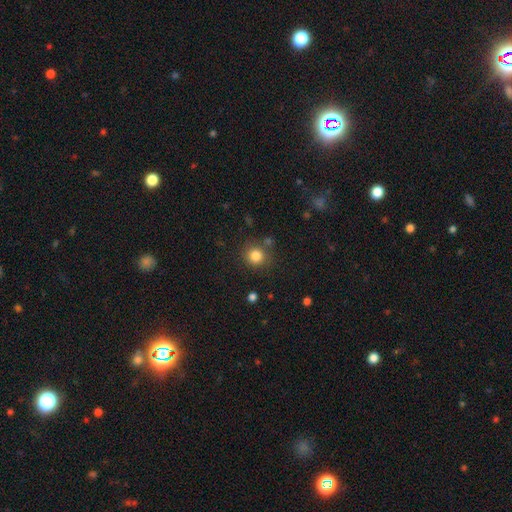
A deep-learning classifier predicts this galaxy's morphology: Smooth or featured? smooth (83%)
How rounded? round (90%)
Merging? none (80%)